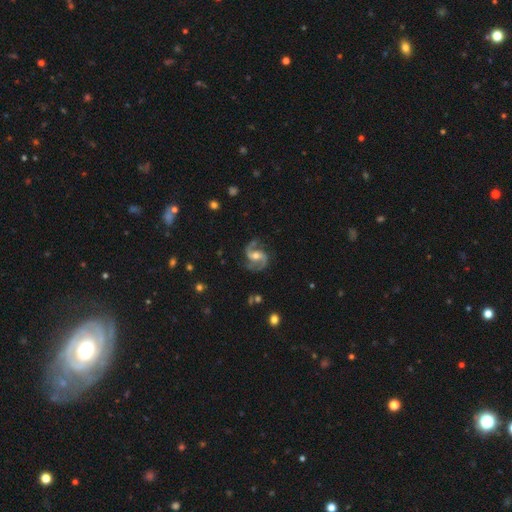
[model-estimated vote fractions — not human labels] featured or disk 91%, star or artifact 5%, smooth 4%. Down the decision tree: edge-on disk — no (98%); bar — weak (41%); spiral arms — yes (98%); spiral arm count — 2 (92%); spiral winding — medium (56%); bulge size — moderate (62%); merging — none (79%).